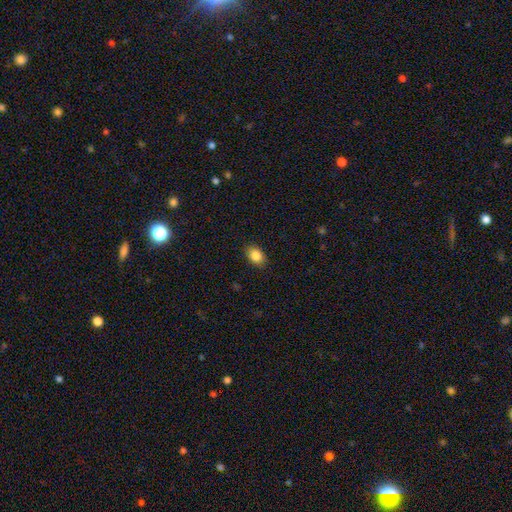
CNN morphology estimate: Overall: smooth (86%). How rounded: in between (79%). Merging: none (88%).